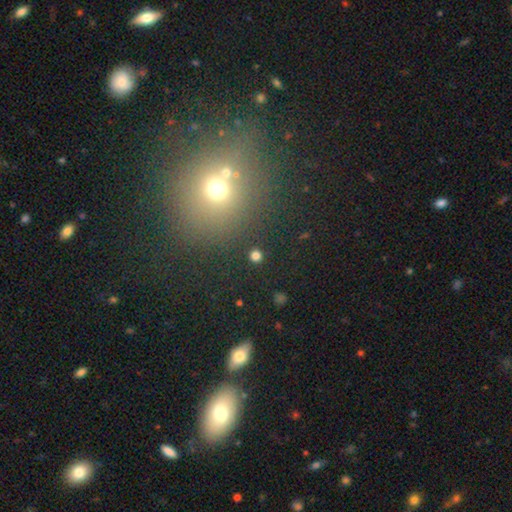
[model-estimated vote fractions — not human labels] Smooth or featured?
  - smooth: 79% *
  - star or artifact: 17%
  - featured or disk: 4%
How rounded?
  - round: 92% *
  - in between: 7%
  - cigar-shaped: 1%
Merging?
  - none: 91% *
  - minor disturbance: 5%
  - major disturbance: 2%
  - merger: 2%